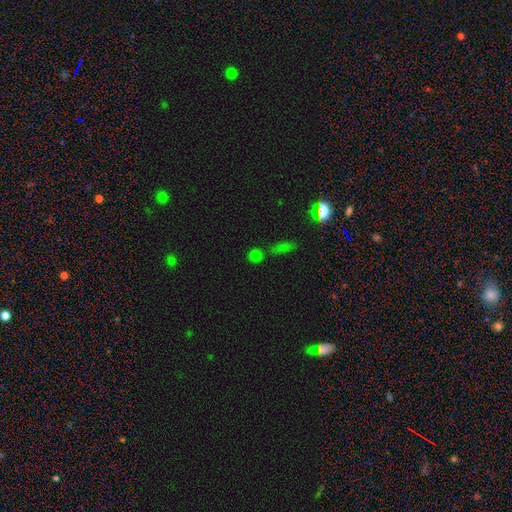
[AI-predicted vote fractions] Smooth or featured? smooth (63%)
How rounded? round (85%)
Merging? none (71%)